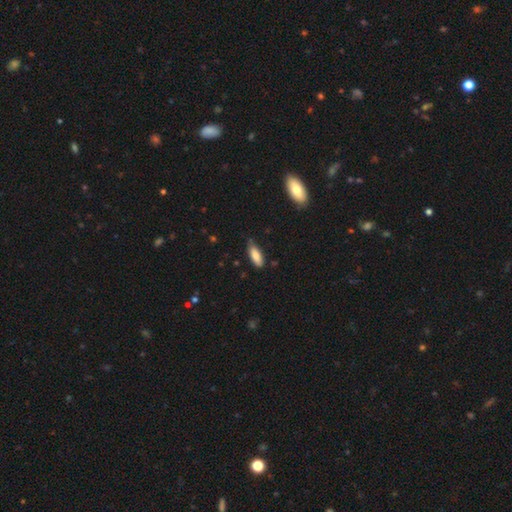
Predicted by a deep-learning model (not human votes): This appears to be a smooth galaxy with no disk features (82%) that is in between round and cigar-shaped (71%). Merging: none (68%).